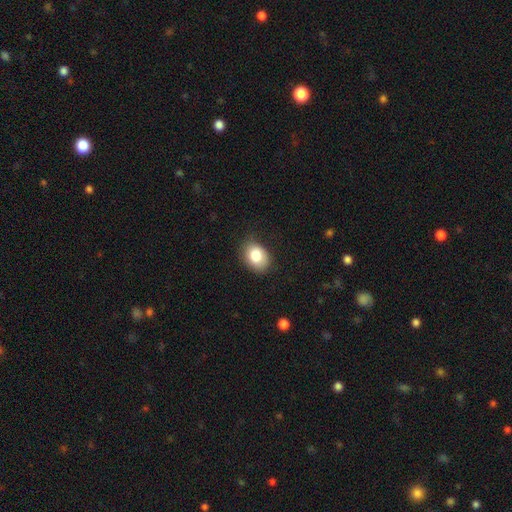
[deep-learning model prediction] This is clearly a smooth galaxy (82%). How rounded: likely in between (68%). Merging: likely none (75%).